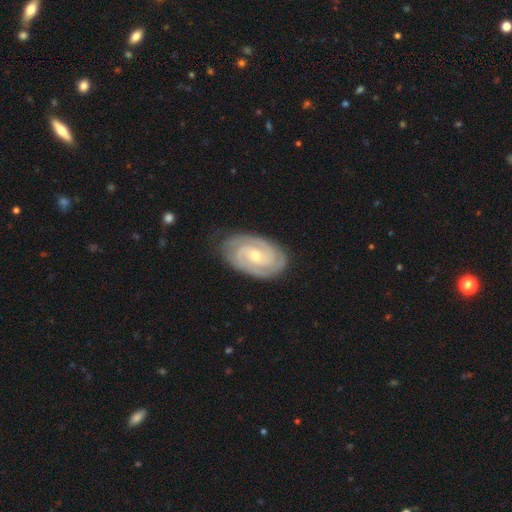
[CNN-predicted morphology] Overall: featured or disk (89%). Edge-on disk: no (97%). Bar: no (59%; weak 32%). Spiral arms: yes (98%). Spiral arm count: 2 (47%; 3 24%). Spiral winding: tight (77%). Bulge size: small (62%; moderate 36%). Merging: none (82%).